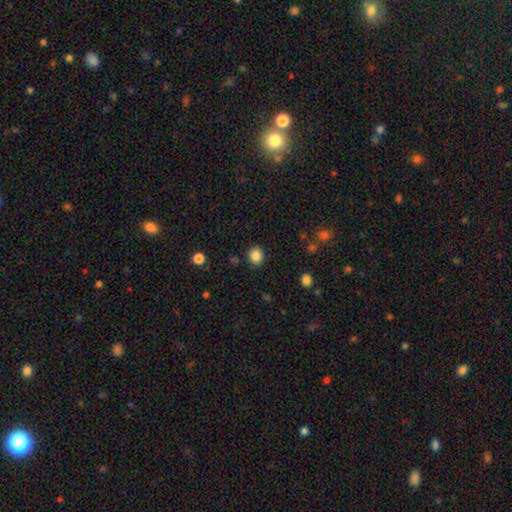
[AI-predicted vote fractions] Smooth or featured?
  - smooth: 85% *
  - star or artifact: 11%
  - featured or disk: 4%
How rounded?
  - round: 80% *
  - in between: 19%
  - cigar-shaped: 1%
Merging?
  - none: 89% *
  - minor disturbance: 7%
  - major disturbance: 2%
  - merger: 2%